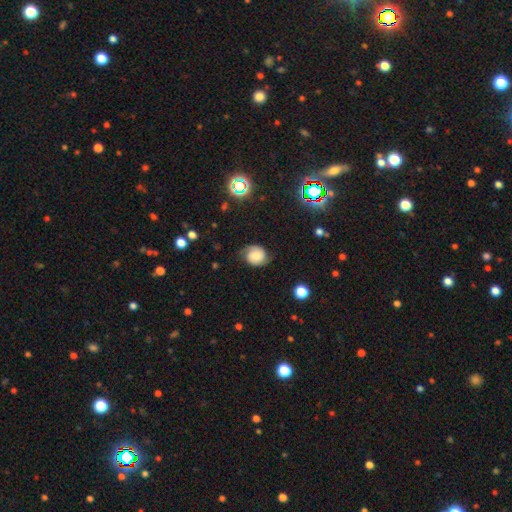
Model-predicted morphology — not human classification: smooth-or-featured: featured or disk: 47% | smooth: 42% | star or artifact: 12%
  merging: none: 62% | minor disturbance: 26% | major disturbance: 11% | merger: 2%